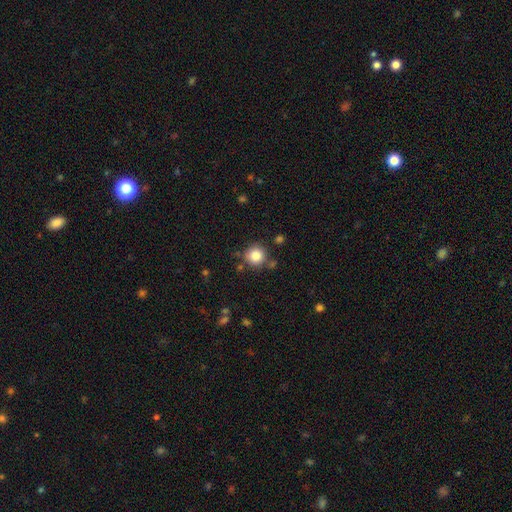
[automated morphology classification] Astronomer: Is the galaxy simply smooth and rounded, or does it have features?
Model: smooth — 84%.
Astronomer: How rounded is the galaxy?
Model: round — 93%.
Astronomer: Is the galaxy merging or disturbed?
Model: none — 81%.